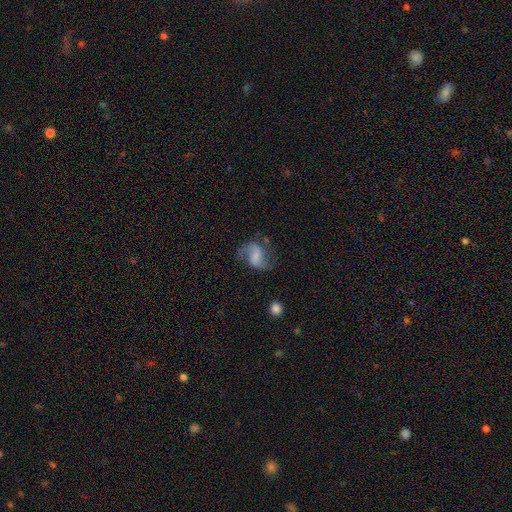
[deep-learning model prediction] Q: Smooth or featured?
A: featured or disk (72%); runner-up: smooth (19%)
Q: Edge-on disk?
A: no (98%); runner-up: yes (2%)
Q: Bar?
A: weak (45%); runner-up: no (28%)
Q: Spiral arms?
A: yes (93%); runner-up: no (7%)
Q: Spiral winding?
A: loose (59%); runner-up: medium (34%)
Q: Spiral arm count?
A: 2 (89%); runner-up: 1 (5%)
Q: Bulge size?
A: none (48%); runner-up: small (24%)
Q: Merging?
A: none (63%); runner-up: minor disturbance (20%)